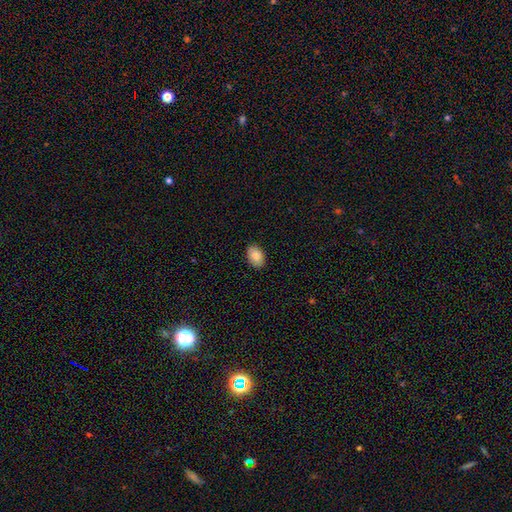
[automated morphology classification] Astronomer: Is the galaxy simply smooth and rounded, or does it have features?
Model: smooth — 89%.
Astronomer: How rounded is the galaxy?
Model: in between — 89%.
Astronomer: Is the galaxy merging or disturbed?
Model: none — 87%.